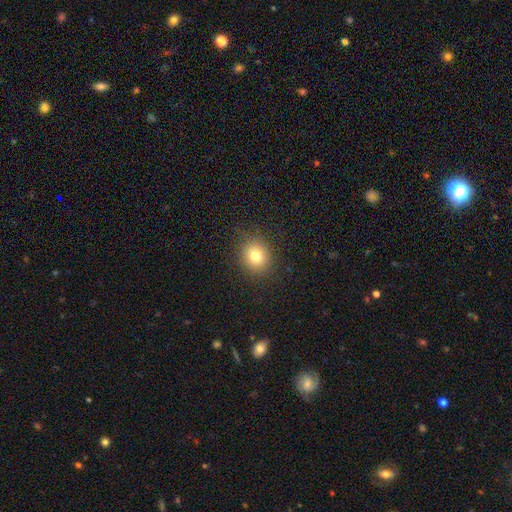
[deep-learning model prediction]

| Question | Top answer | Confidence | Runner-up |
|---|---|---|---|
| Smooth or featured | smooth | 78% | star or artifact (13%) |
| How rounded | round | 78% | in between (21%) |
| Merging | none | 88% | minor disturbance (8%) |